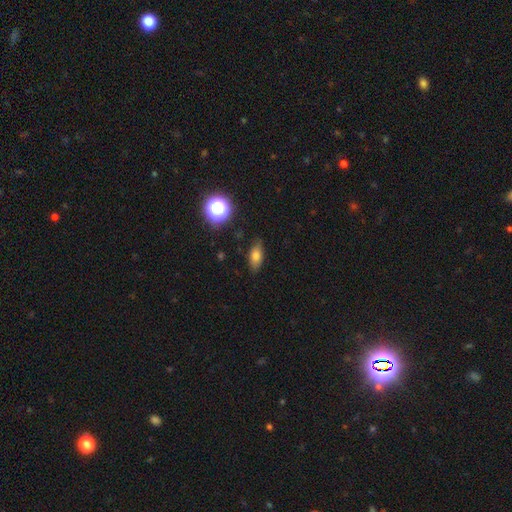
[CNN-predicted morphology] Smooth or featured: smooth — 74% (featured or disk — 14%)
How rounded: in between — 79% (cigar-shaped — 12%)
Merging: none — 81% (minor disturbance — 15%)